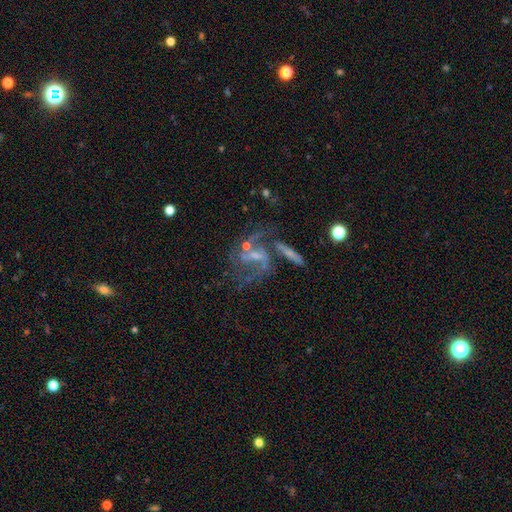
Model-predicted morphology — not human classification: Smooth or featured? featured or disk (80%)
Edge-on disk? no (95%)
Bar? weak (45%)
Spiral arms? yes (89%)
Spiral winding? medium (44%)
Spiral arm count? 2 (72%)
Bulge size? small (52%)
Merging? none (39%)